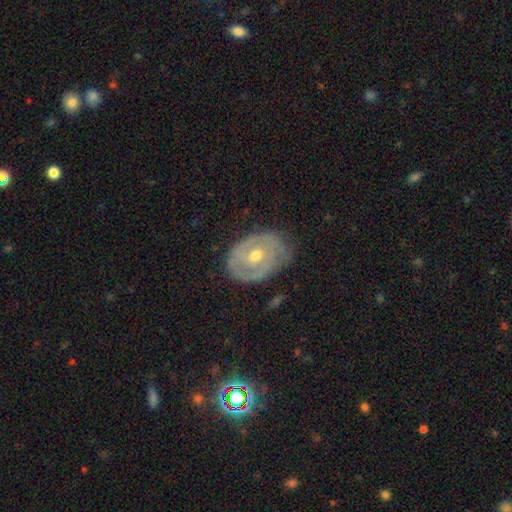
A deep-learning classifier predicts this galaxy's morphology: The model was most divided on "spiral arms" (2-way tie): yes: 50%, no: 50%. More confident: edge-on disk — no (95%); bulge size — moderate (67%); smooth or featured — featured or disk (67%); bar — no (65%); merging — none (64%).